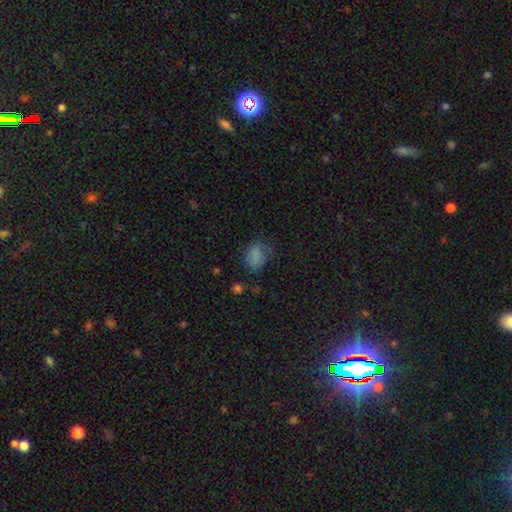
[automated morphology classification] smooth_or_featured: smooth (p=0.80) [alt: star or artifact p=0.13]
how_rounded: in between (p=0.62) [alt: round p=0.37]
merging: none (p=0.65) [alt: minor disturbance p=0.24]